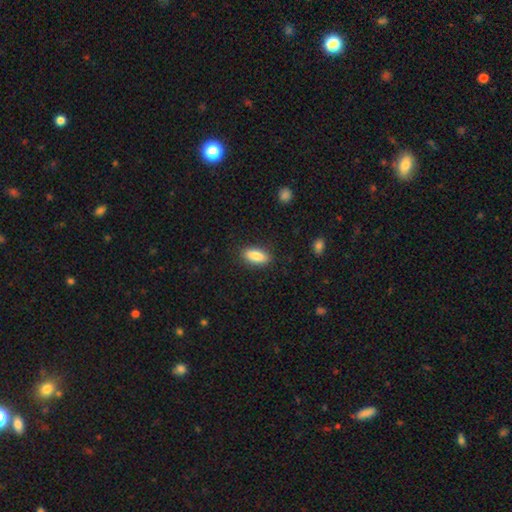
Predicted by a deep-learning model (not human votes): The model was most divided on "how rounded": in between: 83%, cigar-shaped: 14%, round: 3%. More confident: smooth or featured — smooth (86%); merging — none (86%).